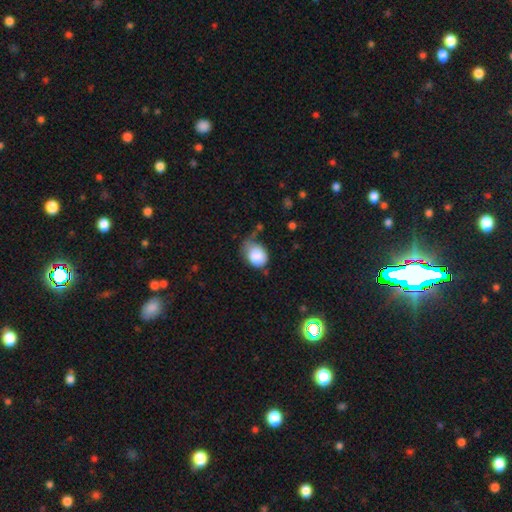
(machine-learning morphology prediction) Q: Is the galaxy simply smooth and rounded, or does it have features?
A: smooth — 84%.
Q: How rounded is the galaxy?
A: round — 51%.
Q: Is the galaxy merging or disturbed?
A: none — 41%.